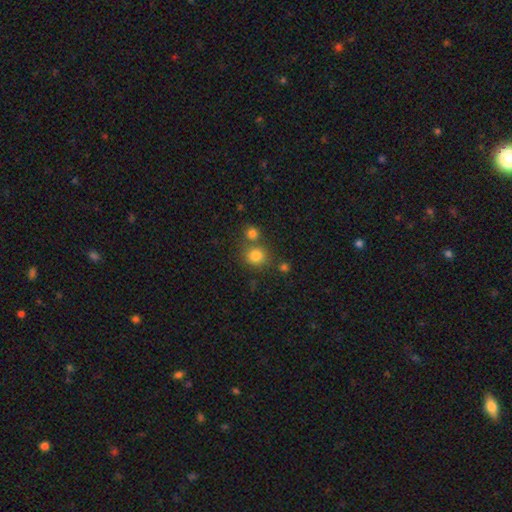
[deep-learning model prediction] Q: Smooth or featured?
A: smooth (80%); runner-up: star or artifact (13%)
Q: How rounded?
A: round (86%); runner-up: in between (13%)
Q: Merging?
A: none (68%); runner-up: merger (20%)